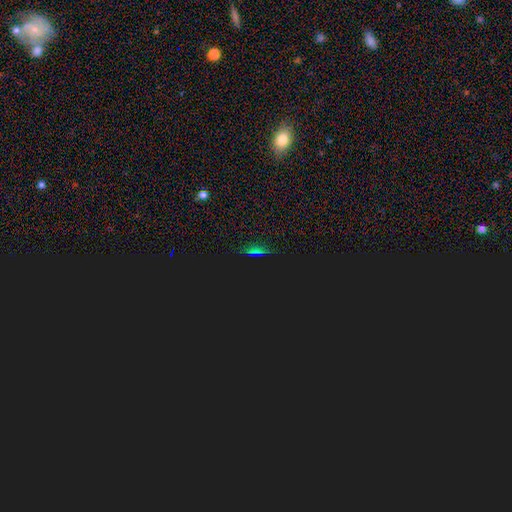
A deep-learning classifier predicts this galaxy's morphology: Smooth or featured: star or artifact — 58% (smooth — 31%)